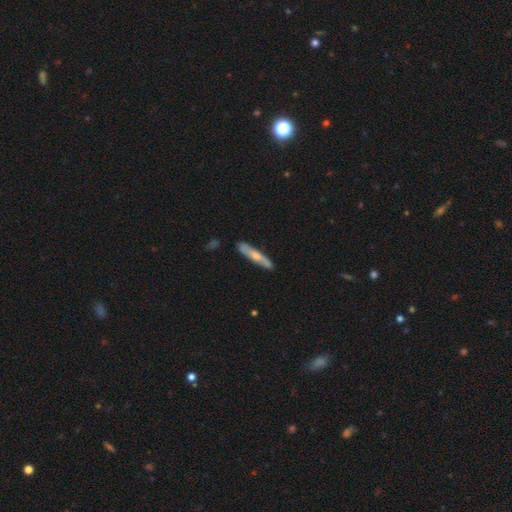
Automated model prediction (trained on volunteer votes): Q: Smooth or featured?
A: smooth (48%); runner-up: featured or disk (47%)
Q: Merging?
A: none (83%); runner-up: minor disturbance (13%)